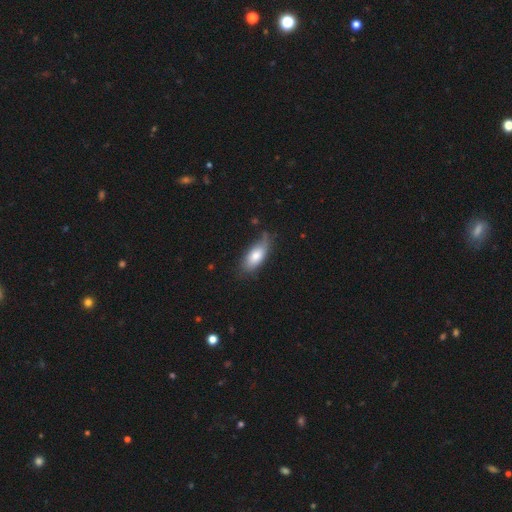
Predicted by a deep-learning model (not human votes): Smooth or featured?
  - smooth: 74% *
  - featured or disk: 19%
  - star or artifact: 6%
How rounded?
  - in between: 85% *
  - cigar-shaped: 13%
  - round: 3%
Merging?
  - none: 62% *
  - minor disturbance: 28%
  - major disturbance: 7%
  - merger: 3%